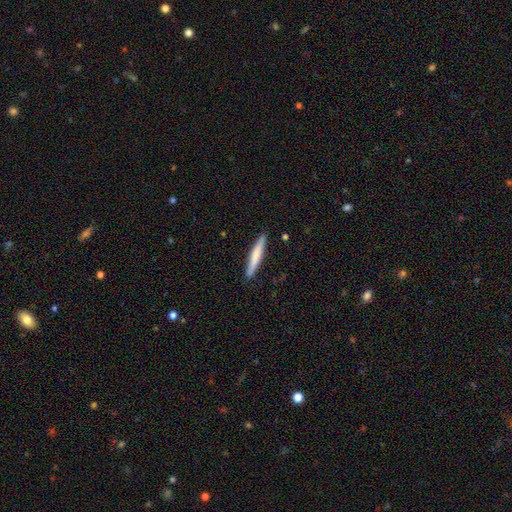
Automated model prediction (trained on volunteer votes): This appears to be a smooth galaxy with no disk features (67%) that is cigar-shaped (94%). Merging: none (88%).